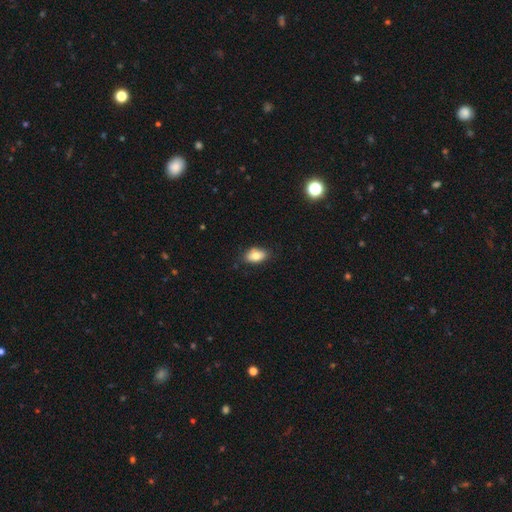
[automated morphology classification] Smooth or featured: smooth — 80% (featured or disk — 12%)
How rounded: in between — 88% (round — 10%)
Merging: none — 81% (minor disturbance — 16%)